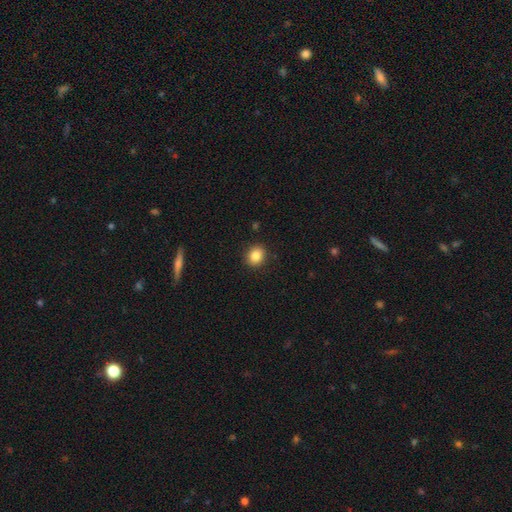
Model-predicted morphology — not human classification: Smooth or featured? Predicted: smooth (p=0.84). How rounded? Predicted: round (p=0.71). Merging? Predicted: none (p=0.90).